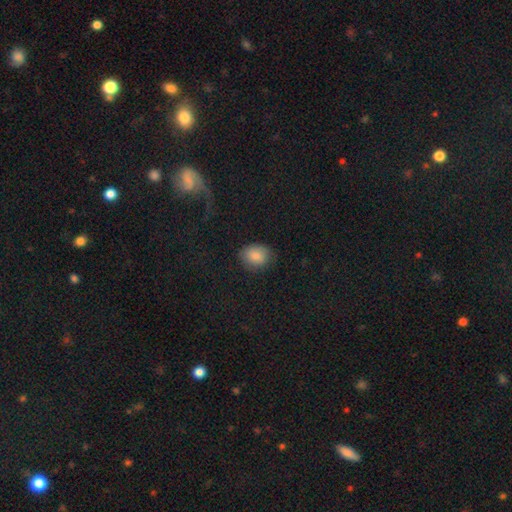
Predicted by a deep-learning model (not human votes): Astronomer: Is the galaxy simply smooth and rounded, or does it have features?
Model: smooth — 86%.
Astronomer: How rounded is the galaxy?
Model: in between — 52% (runner-up: round, 47%).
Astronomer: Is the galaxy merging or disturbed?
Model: none — 80%.